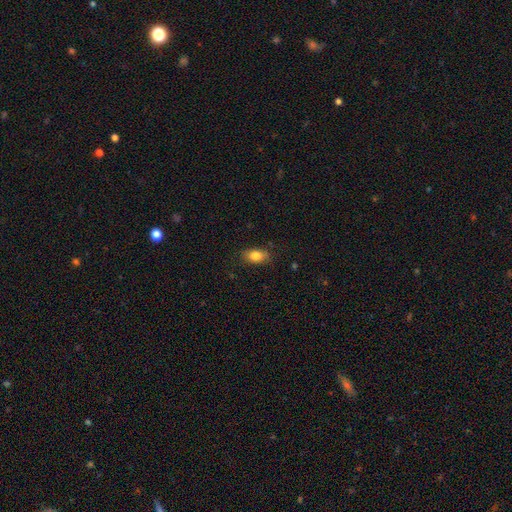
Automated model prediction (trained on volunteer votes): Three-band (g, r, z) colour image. It shows a smooth galaxy with no disk features (82%) that is in between round and cigar-shaped (86%). Merging: none (80%).